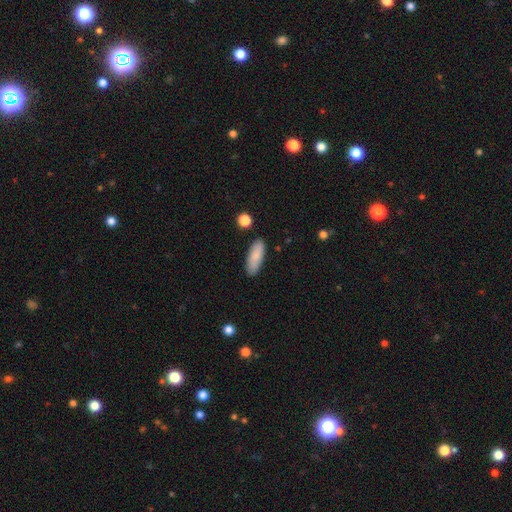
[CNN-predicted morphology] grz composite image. It shows a smooth galaxy with no disk features (85%) that is in between round and cigar-shaped (68%). Merging: none (85%).